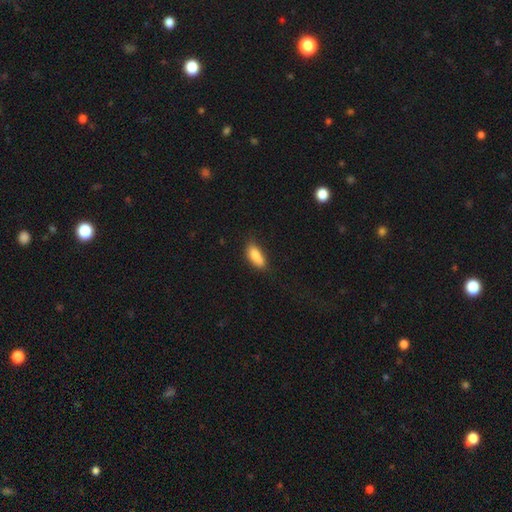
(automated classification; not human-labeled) Overall: smooth (85%). How rounded: in between (78%). Merging: none (65%; minor disturbance 27%).